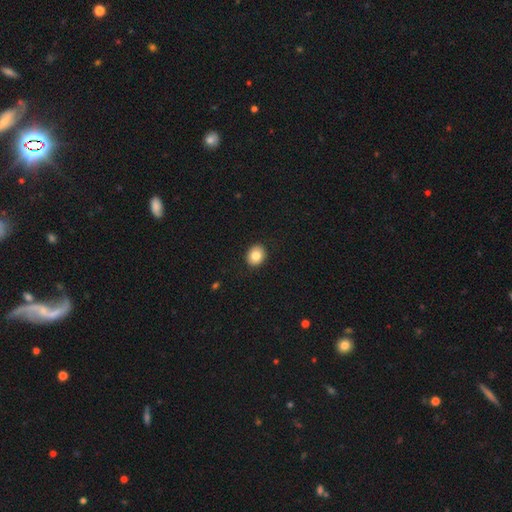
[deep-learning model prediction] Smooth or featured? Predicted: smooth (p=0.82). How rounded? Predicted: round (p=0.58). Merging? Predicted: none (p=0.91).